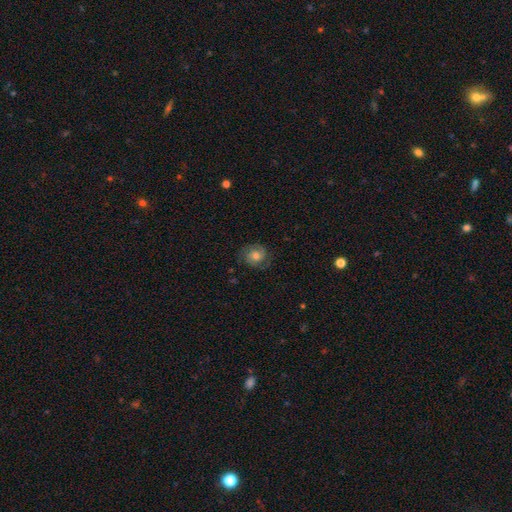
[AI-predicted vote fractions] The model was most divided on "smooth or featured": featured or disk: 49%, smooth: 42%, star or artifact: 10%. More confident: merging — none (76%).